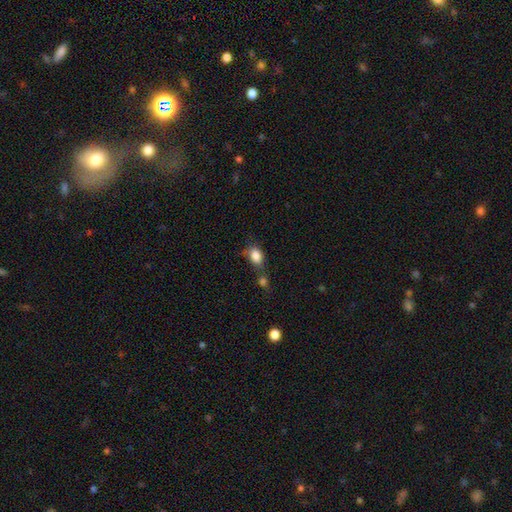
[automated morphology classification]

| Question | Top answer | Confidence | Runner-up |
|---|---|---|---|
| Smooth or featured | smooth | 85% | star or artifact (9%) |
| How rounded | in between | 73% | round (25%) |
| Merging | none | 49% | merger (22%) |